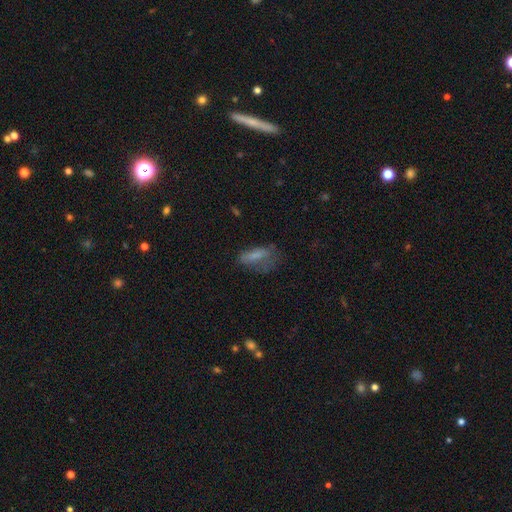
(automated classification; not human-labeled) Morphology: type=smooth (67%); roundness=in between (66%); merging=none (42%).